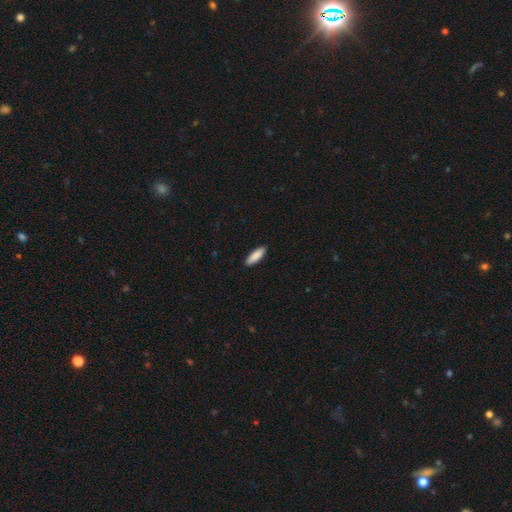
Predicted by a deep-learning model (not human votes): Q: Smooth or featured?
A: smooth (89%); runner-up: featured or disk (6%)
Q: How rounded?
A: in between (50%); runner-up: cigar-shaped (48%)
Q: Merging?
A: none (90%); runner-up: minor disturbance (7%)